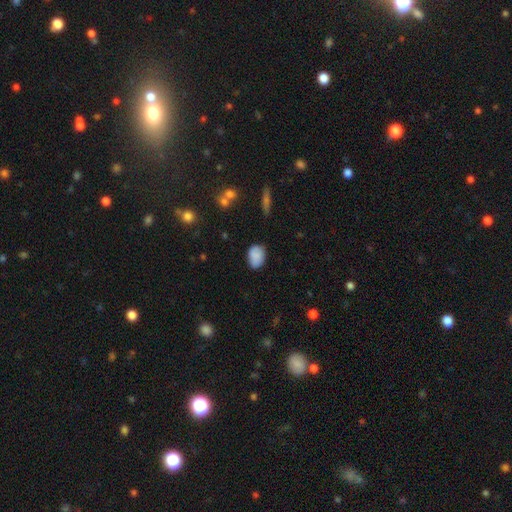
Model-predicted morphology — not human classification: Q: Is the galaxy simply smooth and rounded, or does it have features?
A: smooth — 87%.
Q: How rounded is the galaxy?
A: in between — 79%.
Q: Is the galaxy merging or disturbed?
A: none — 78%.